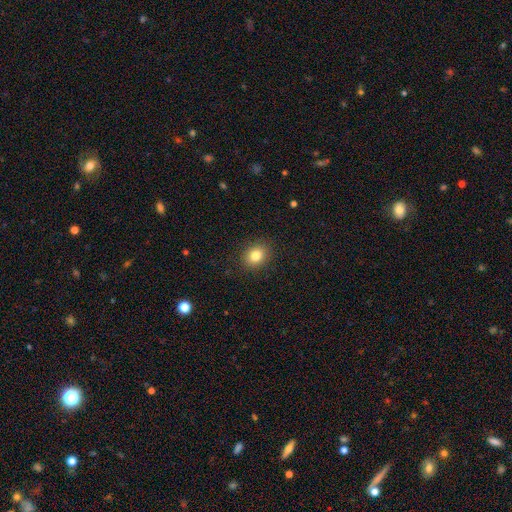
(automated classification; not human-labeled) This is clearly a smooth galaxy (82%). How rounded: possibly round (52%). Merging: clearly none (89%).